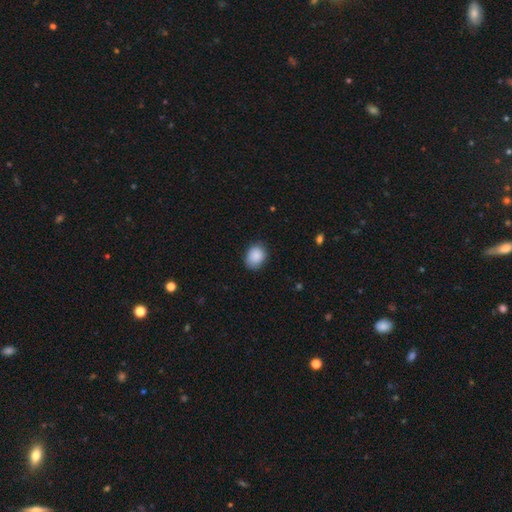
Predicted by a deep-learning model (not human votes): A smooth galaxy with no disk features (89%) that is in between round and cigar-shaped (50%).

Vote fractions:
- Smooth or featured? smooth: 89% / star or artifact: 7% / featured or disk: 4%
- How rounded? in between: 50% / round: 49% / cigar-shaped: 1%
- Merging? none: 80% / minor disturbance: 16% / major disturbance: 3% / merger: 1%